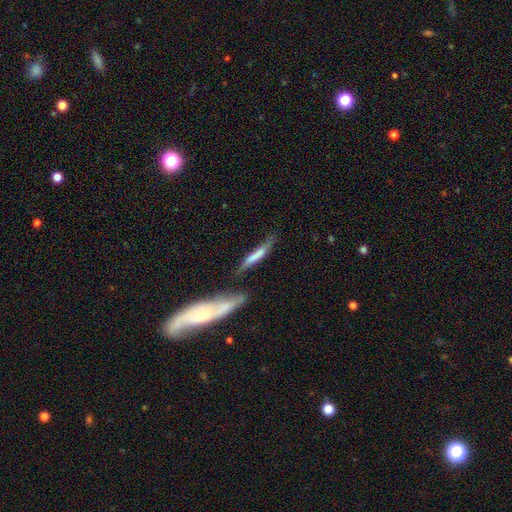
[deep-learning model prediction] A smooth galaxy with no disk features (58%) that is cigar-shaped (89%).

Vote fractions:
- Smooth or featured? smooth: 58% / featured or disk: 36% / star or artifact: 6%
- How rounded? cigar-shaped: 89% / in between: 9% / round: 2%
- Merging? none: 49% / minor disturbance: 25% / merger: 16% / major disturbance: 10%